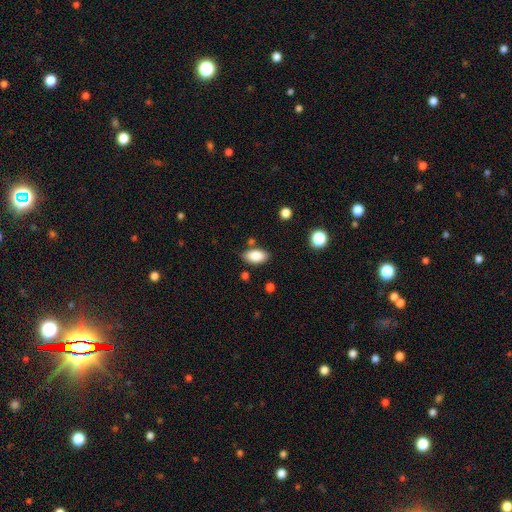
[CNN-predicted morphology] Overall: smooth (87%). How rounded: in between (94%). Merging: none (80%).